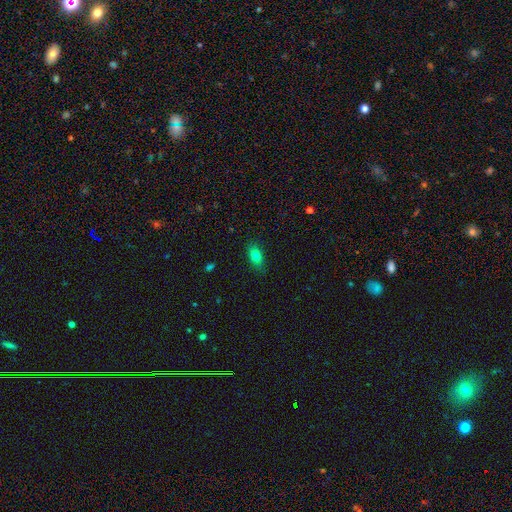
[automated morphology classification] This is likely a smooth galaxy (79%). How rounded: clearly in between (82%). Merging: clearly none (84%).